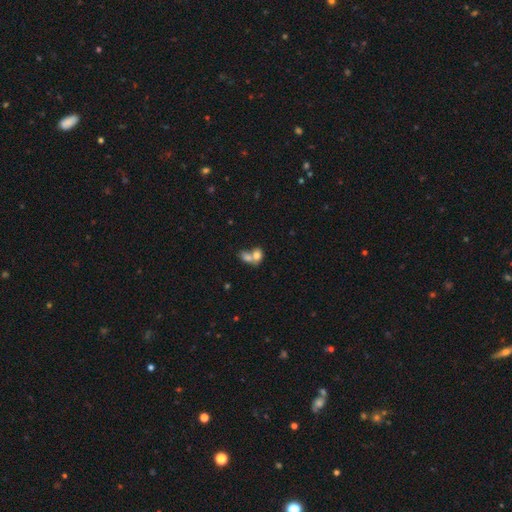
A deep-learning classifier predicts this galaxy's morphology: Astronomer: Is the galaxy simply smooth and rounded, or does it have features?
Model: smooth — 75%.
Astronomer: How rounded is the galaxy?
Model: in between — 65%.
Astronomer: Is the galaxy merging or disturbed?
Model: merger — 71%.